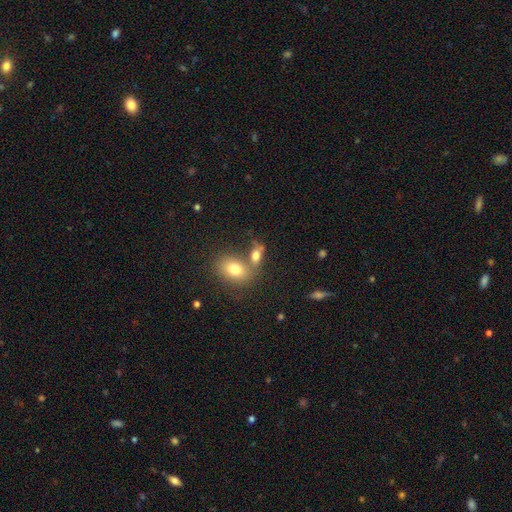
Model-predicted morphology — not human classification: smooth-or-featured: smooth: 74% | featured or disk: 15% | star or artifact: 11%
  how-rounded: in between: 77% | round: 16% | cigar-shaped: 6%
  merging: merger: 44% | none: 40% | minor disturbance: 11% | major disturbance: 5%